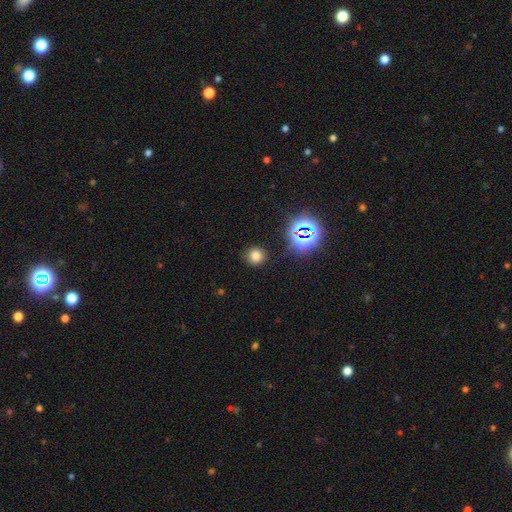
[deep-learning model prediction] The model was most divided on "smooth or featured": smooth: 72%, star or artifact: 21%, featured or disk: 7%. More confident: how rounded — round (86%); merging — none (86%).